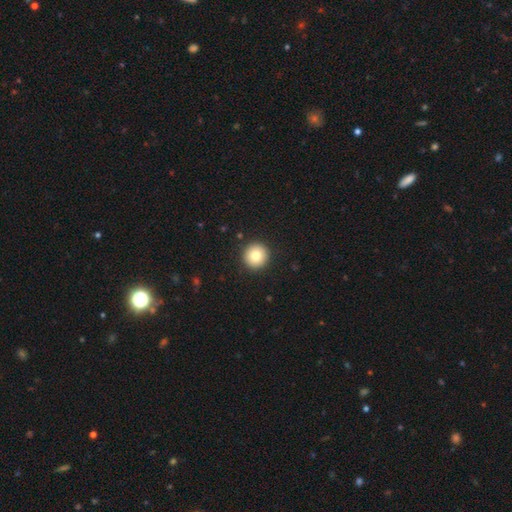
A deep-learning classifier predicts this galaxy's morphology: A smooth galaxy with no disk features (79%) that is round (96%). Merging: none (93%).